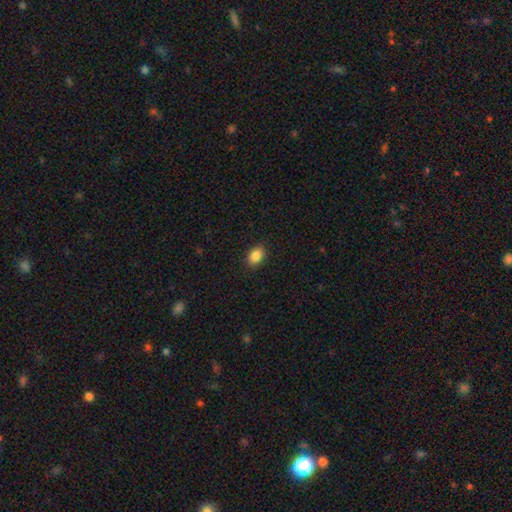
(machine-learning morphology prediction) Smooth or featured: smooth — 87% (star or artifact — 8%)
How rounded: in between — 82% (round — 17%)
Merging: none — 89% (minor disturbance — 8%)